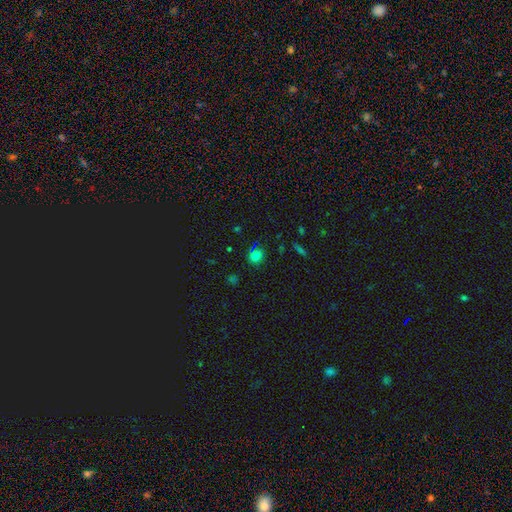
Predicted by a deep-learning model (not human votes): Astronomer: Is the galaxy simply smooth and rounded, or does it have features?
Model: smooth — 71%.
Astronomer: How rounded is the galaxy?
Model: round — 71%.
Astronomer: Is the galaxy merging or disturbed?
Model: none — 83%.